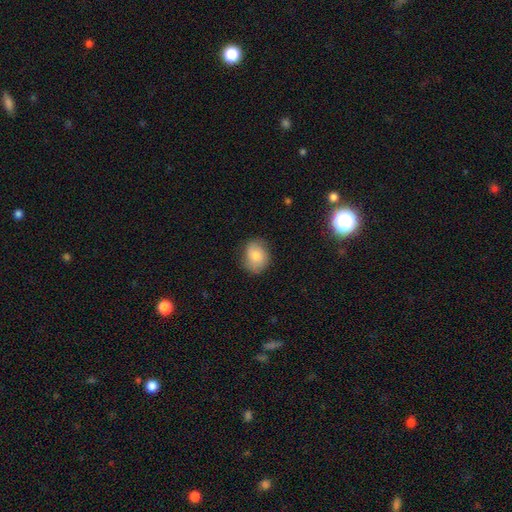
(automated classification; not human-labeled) smooth 78%, featured or disk 14%, star or artifact 8%. Down the decision tree: how rounded — round (53%); merging — none (76%).